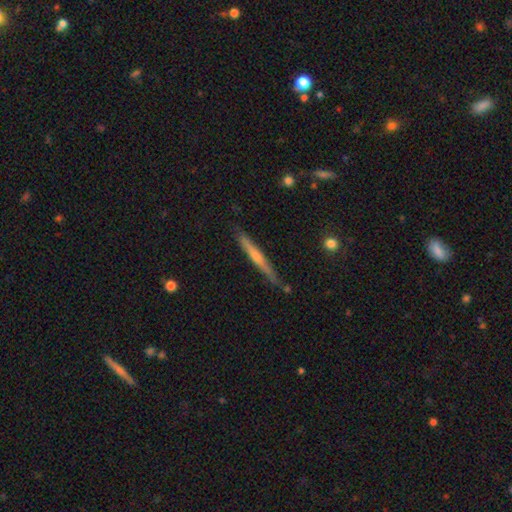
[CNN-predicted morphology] Smooth or featured: featured or disk — 57% (smooth — 36%)
Edge-on disk: yes — 96% (no — 4%)
Edge-on bulge: rounded — 49% (none — 45%)
Merging: none — 82% (minor disturbance — 13%)